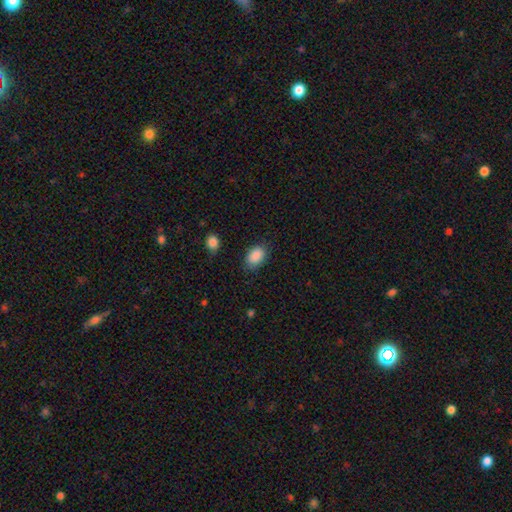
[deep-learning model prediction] smooth_or_featured: smooth (p=0.88) [alt: star or artifact p=0.08]
how_rounded: in between (p=0.84) [alt: round p=0.15]
merging: none (p=0.79) [alt: minor disturbance p=0.16]